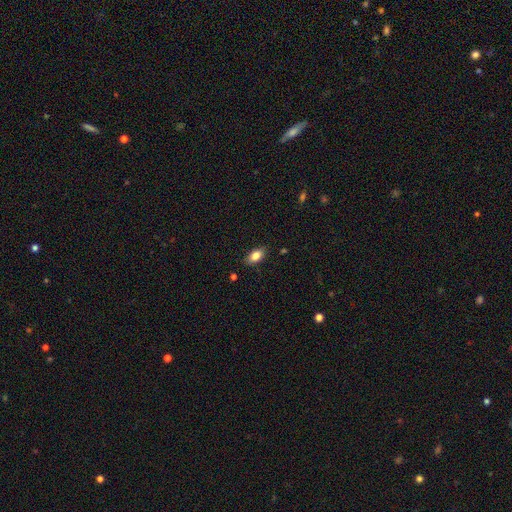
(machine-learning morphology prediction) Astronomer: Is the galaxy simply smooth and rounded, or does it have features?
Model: smooth — 82%.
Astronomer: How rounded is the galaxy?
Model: in between — 89%.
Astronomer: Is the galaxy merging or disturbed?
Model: none — 84%.